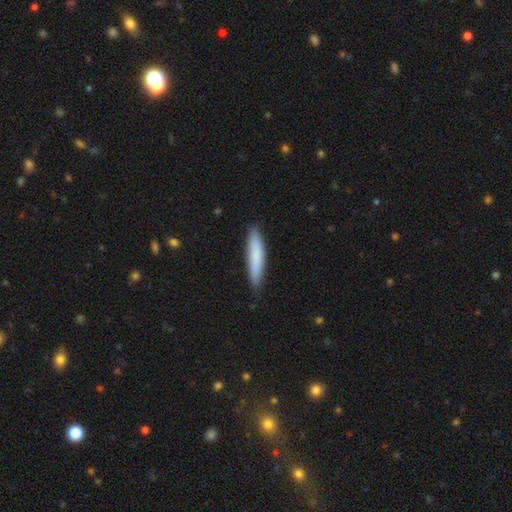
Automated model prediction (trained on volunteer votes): This is clearly a smooth galaxy (80%). How rounded: clearly cigar-shaped (89%). Merging: clearly none (85%).